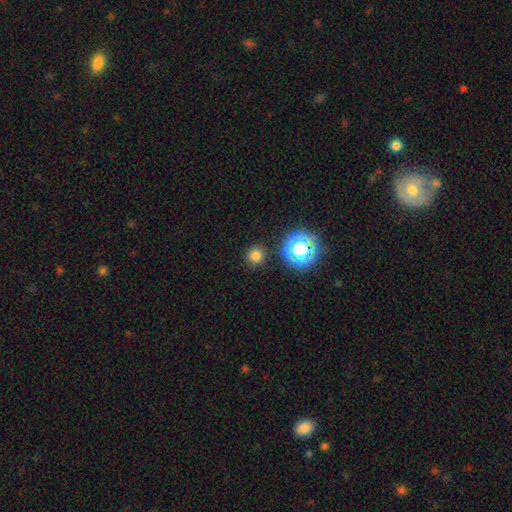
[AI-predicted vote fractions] This is likely a smooth galaxy (75%). How rounded: clearly round (93%). Merging: clearly none (88%).